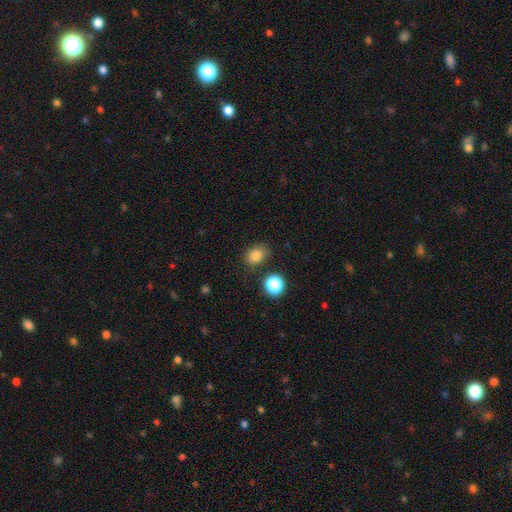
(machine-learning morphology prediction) This is clearly a smooth galaxy (81%). How rounded: possibly in between (59%). Merging: clearly none (80%).